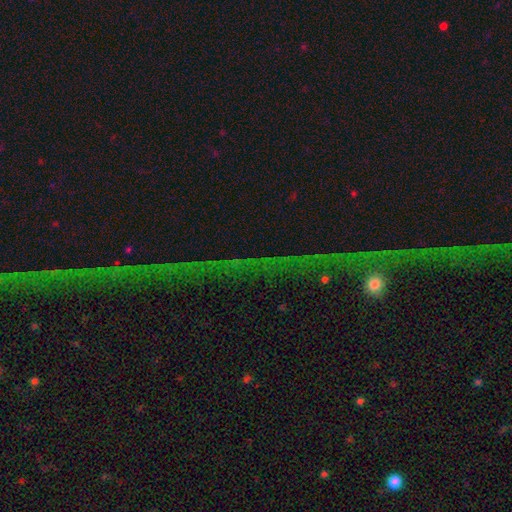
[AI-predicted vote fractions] Morphology: type=star or artifact (72%).